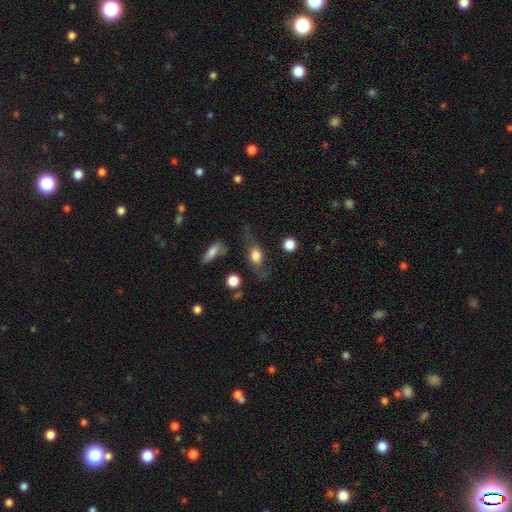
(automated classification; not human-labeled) This is possibly a smooth galaxy (59%). How rounded: likely in between (70%). Merging: possibly none (48%).